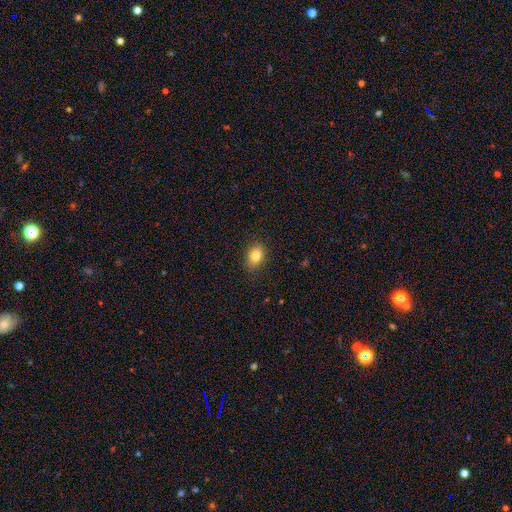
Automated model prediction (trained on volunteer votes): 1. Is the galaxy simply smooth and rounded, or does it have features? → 83% smooth, 9% star or artifact, 8% featured or disk.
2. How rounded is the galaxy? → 75% in between, 23% round, 1% cigar-shaped.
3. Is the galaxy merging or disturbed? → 86% none, 10% minor disturbance, 2% major disturbance, 1% merger.